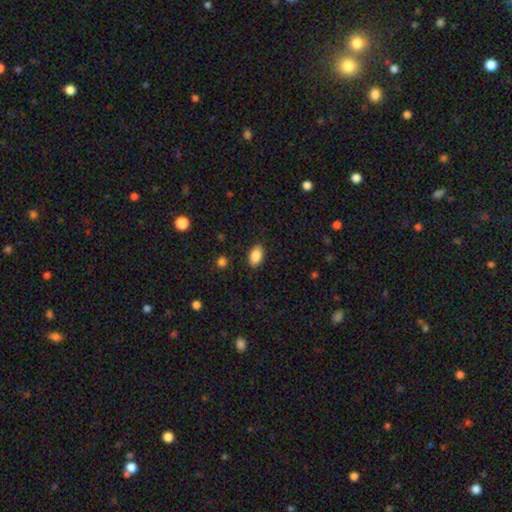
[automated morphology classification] A smooth galaxy with no disk features (88%) that is in between round and cigar-shaped (91%). Merging: none (87%).